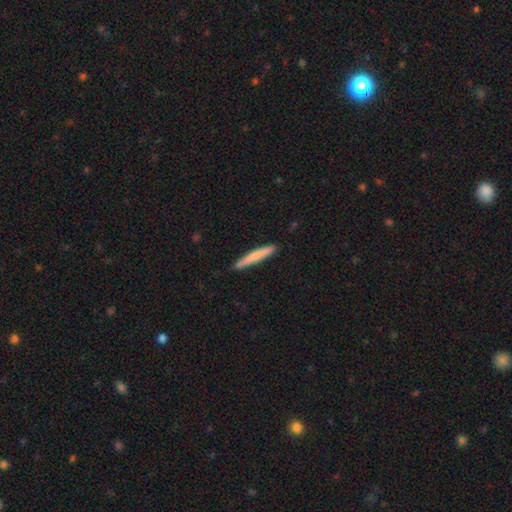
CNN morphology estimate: This is likely a smooth galaxy (71%). How rounded: clearly cigar-shaped (95%). Merging: clearly none (89%).